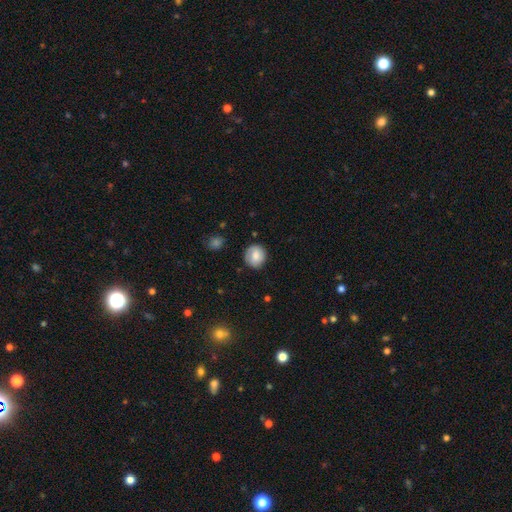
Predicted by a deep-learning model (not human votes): Smooth or featured? Predicted: smooth (p=0.78). How rounded? Predicted: round (p=0.88). Merging? Predicted: none (p=0.80).